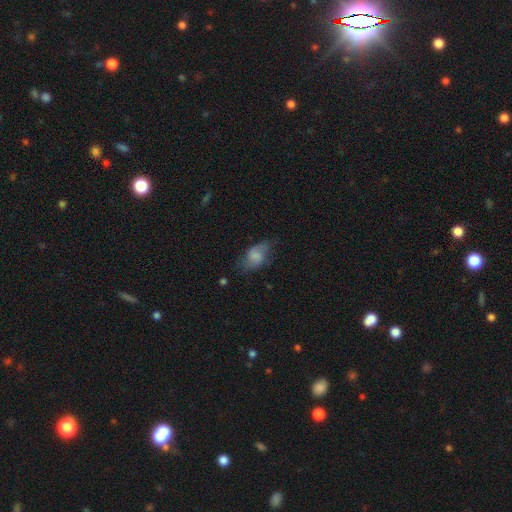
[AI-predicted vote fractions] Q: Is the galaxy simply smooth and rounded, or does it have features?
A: smooth — 60%.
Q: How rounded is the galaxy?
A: in between — 86%.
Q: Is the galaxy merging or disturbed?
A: none — 52%.